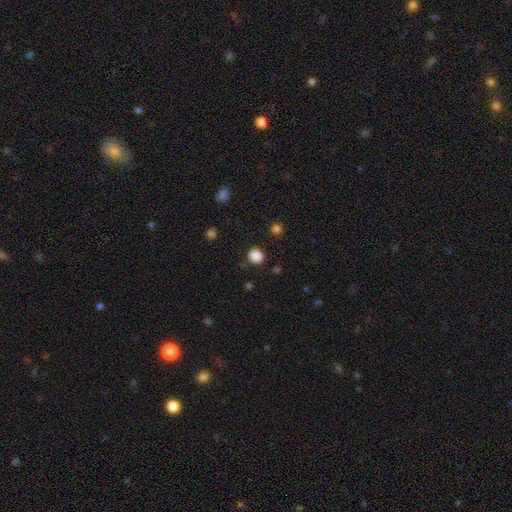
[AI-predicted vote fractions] This is clearly a smooth galaxy (86%). How rounded: clearly round (82%). Merging: clearly none (88%).